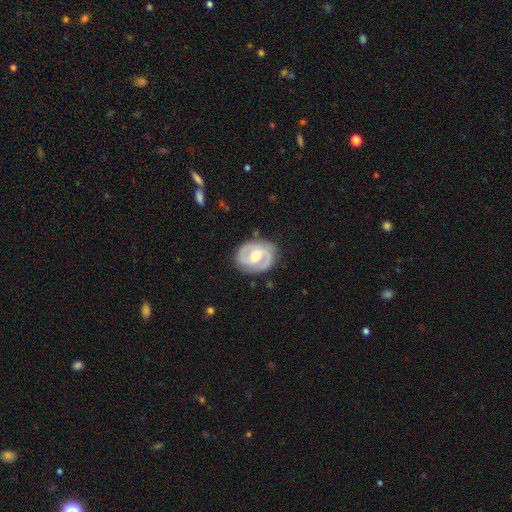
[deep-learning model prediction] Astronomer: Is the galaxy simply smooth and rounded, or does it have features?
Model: featured or disk — 81%.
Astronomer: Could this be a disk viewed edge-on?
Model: no — 97%.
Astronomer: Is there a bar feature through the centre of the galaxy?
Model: weak — 48% (runner-up: no, 30%).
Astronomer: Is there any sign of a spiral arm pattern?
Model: yes — 88%.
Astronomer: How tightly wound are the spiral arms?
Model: medium — 47% (runner-up: tight, 37%).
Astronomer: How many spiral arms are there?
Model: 2 — 87%.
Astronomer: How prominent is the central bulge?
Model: moderate — 74%.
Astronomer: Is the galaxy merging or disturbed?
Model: none — 82%.